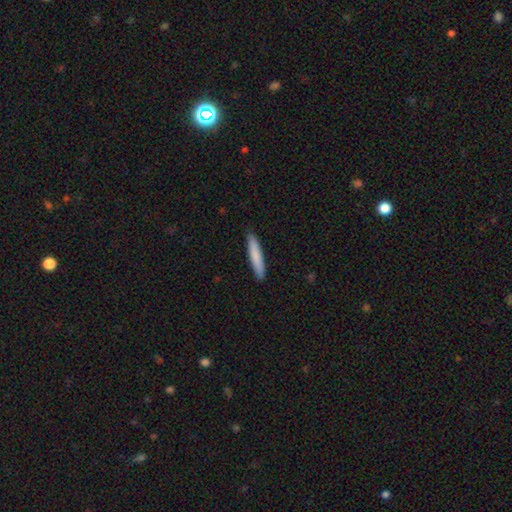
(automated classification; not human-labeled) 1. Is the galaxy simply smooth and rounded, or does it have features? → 81% smooth, 13% featured or disk, 5% star or artifact.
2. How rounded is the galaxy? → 92% cigar-shaped, 7% in between, 1% round.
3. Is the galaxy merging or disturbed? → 90% none, 8% minor disturbance, 1% major disturbance, 1% merger.